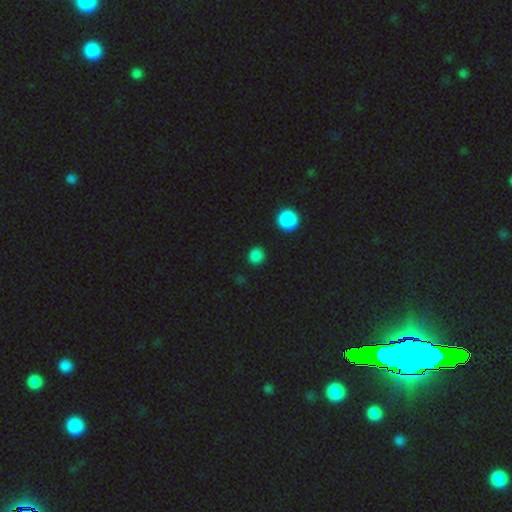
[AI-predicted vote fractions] Q: Smooth or featured?
A: smooth (83%); runner-up: star or artifact (14%)
Q: How rounded?
A: round (88%); runner-up: in between (11%)
Q: Merging?
A: none (90%); runner-up: minor disturbance (6%)